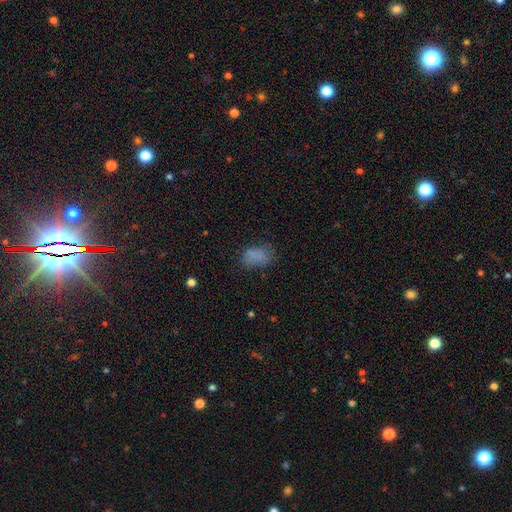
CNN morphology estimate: This is likely a smooth galaxy (76%). How rounded: clearly in between (84%). Merging: likely none (60%).